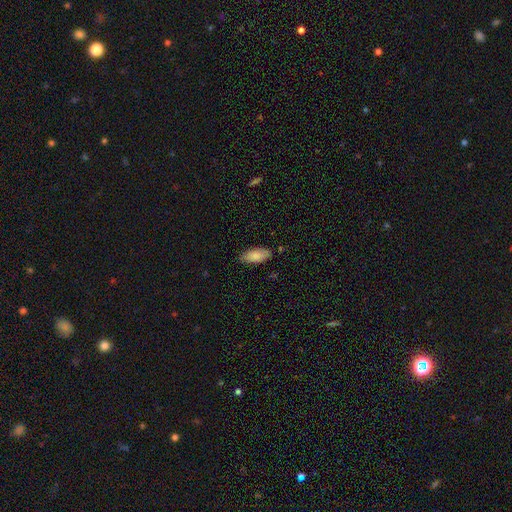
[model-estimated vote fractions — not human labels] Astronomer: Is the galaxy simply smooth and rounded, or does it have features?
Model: smooth — 84%.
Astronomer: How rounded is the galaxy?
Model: in between — 85%.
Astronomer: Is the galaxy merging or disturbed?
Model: none — 82%.